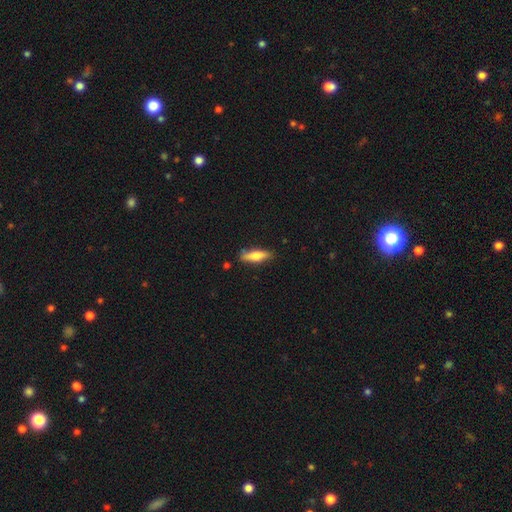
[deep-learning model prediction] Smooth or featured: smooth — 68% (featured or disk — 26%)
How rounded: cigar-shaped — 65% (in between — 33%)
Merging: none — 80% (minor disturbance — 15%)